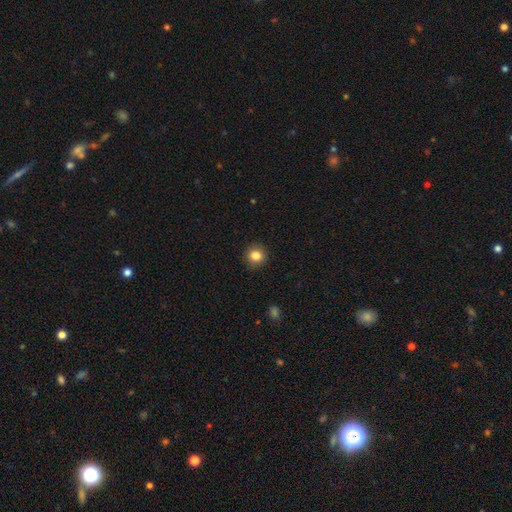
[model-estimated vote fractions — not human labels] Smooth or featured? Predicted: smooth (p=0.84). How rounded? Predicted: round (p=0.91). Merging? Predicted: none (p=0.92).